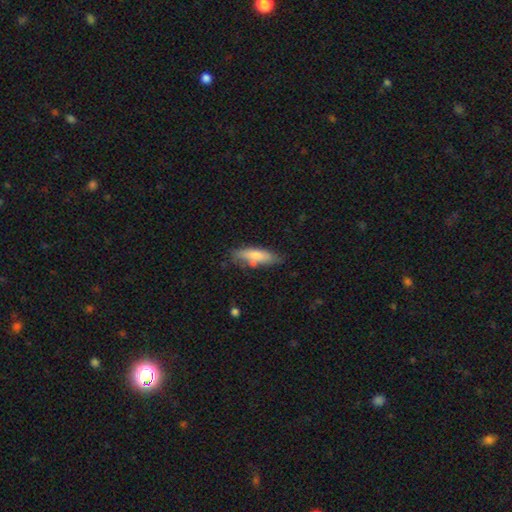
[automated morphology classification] Overall: smooth (75%). How rounded: cigar-shaped (61%; in between 37%). Merging: none (68%).